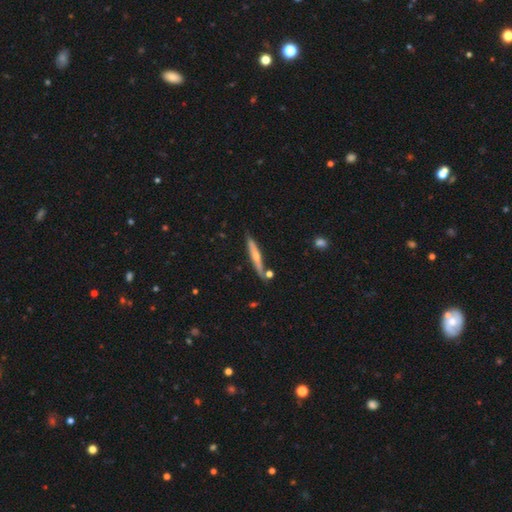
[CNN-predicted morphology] Overall: featured or disk (52%; smooth 42%). Edge-on disk: yes (94%). Merging: none (80%).